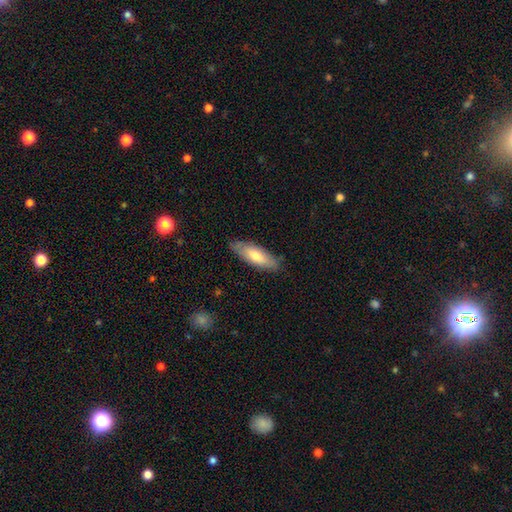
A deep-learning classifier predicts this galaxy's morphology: smooth_or_featured: smooth (p=0.66) [alt: featured or disk p=0.28]
how_rounded: in between (p=0.58) [alt: cigar-shaped p=0.40]
merging: none (p=0.83) [alt: minor disturbance p=0.13]